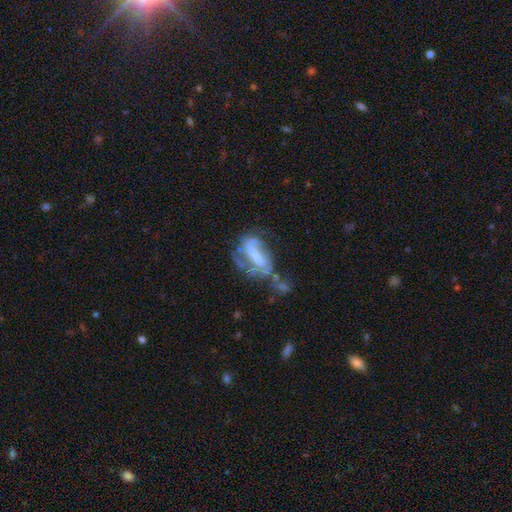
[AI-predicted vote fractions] featured or disk 70%, smooth 21%, star or artifact 9%. Down the decision tree: edge-on disk — no (93%); bar — strong (52%); spiral arms — yes (72%); bulge size — none (31%); merging — none (32%, tied with major disturbance).